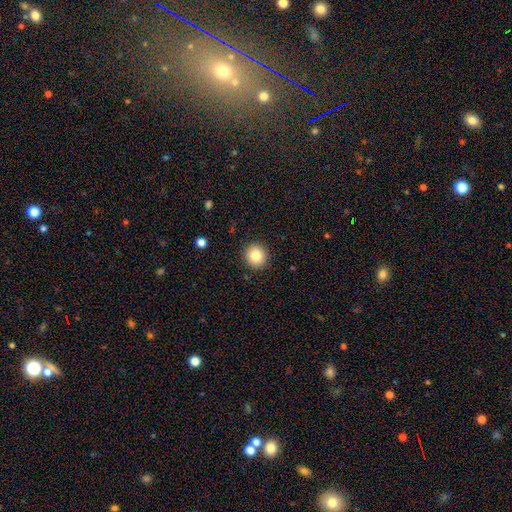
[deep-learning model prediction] Smooth or featured? smooth (84%)
How rounded? round (91%)
Merging? none (91%)